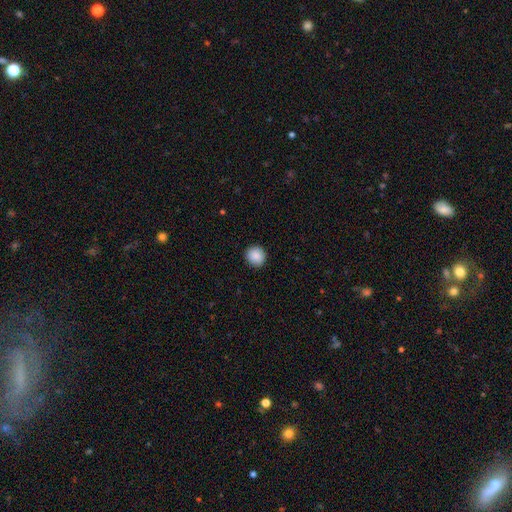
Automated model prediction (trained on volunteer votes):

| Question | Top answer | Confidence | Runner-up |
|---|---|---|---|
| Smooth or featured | smooth | 89% | star or artifact (8%) |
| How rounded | round | 88% | in between (11%) |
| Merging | none | 91% | minor disturbance (7%) |